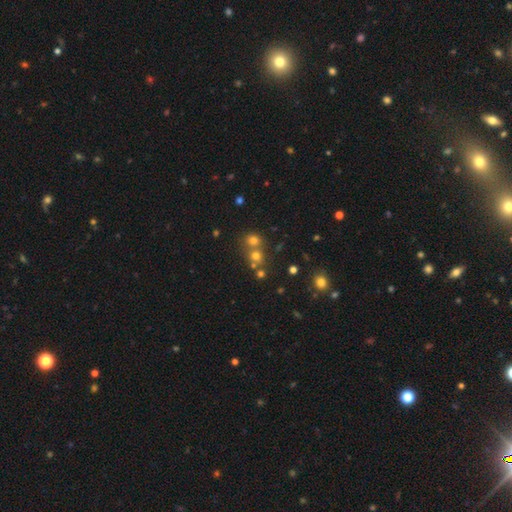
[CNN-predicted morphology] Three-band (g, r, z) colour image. It shows a smooth galaxy with no disk features (57%) that is round (84%). Merging: none (51%).